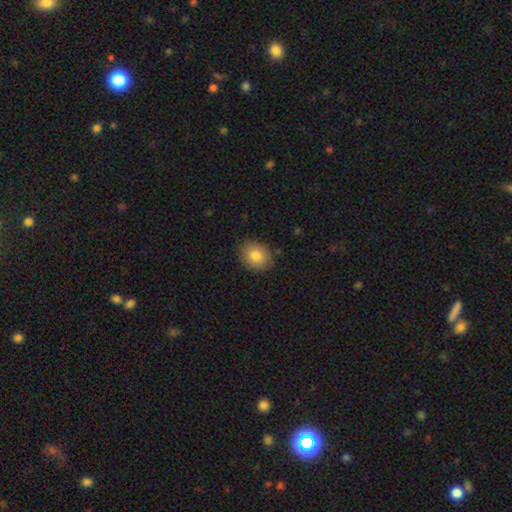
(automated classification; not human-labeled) This appears to be a smooth galaxy with no disk features (81%) that is round (53%). Merging: none (85%).